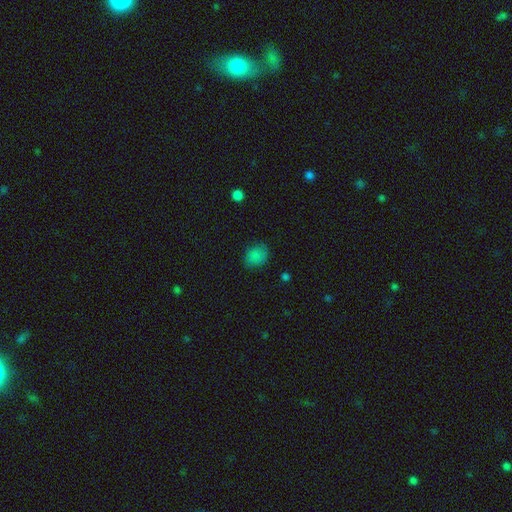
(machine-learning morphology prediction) Q: Smooth or featured?
A: smooth (83%); runner-up: star or artifact (12%)
Q: How rounded?
A: round (50%); runner-up: in between (49%)
Q: Merging?
A: none (78%); runner-up: minor disturbance (17%)